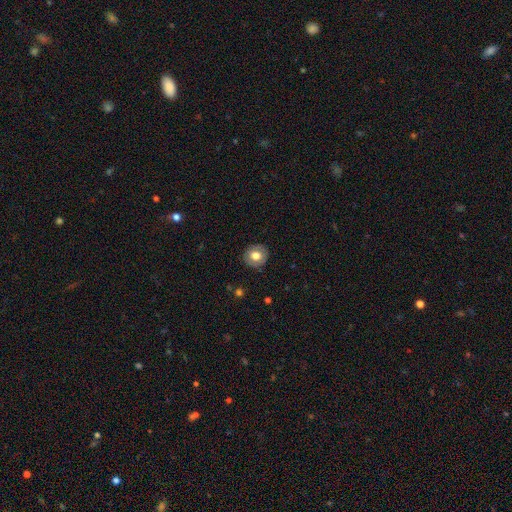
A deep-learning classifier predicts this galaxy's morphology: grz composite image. It shows a smooth galaxy with no disk features (69%) that is round (84%). Merging: none (87%).